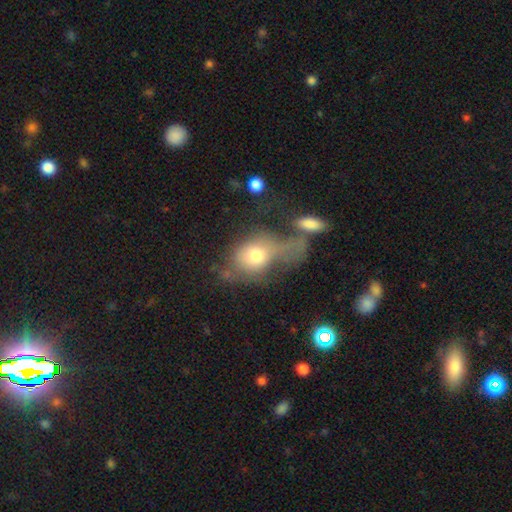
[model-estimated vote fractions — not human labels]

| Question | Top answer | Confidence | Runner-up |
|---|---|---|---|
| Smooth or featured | smooth | 68% | featured or disk (23%) |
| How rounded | in between | 51% | round (47%) |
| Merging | major disturbance | 37% | merger (32%) |